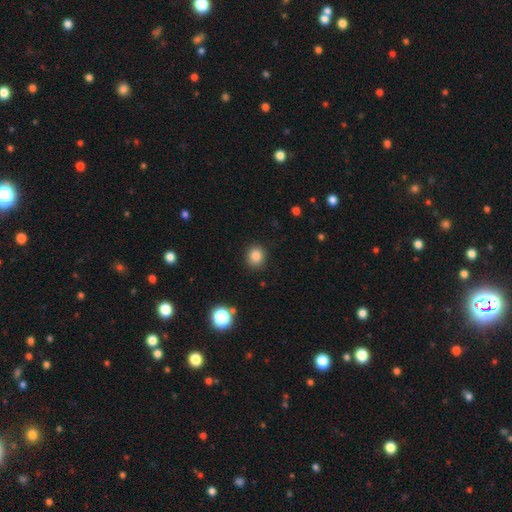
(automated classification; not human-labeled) smooth 85%, star or artifact 11%, featured or disk 4%. Down the decision tree: how rounded — round (81%); merging — none (88%).